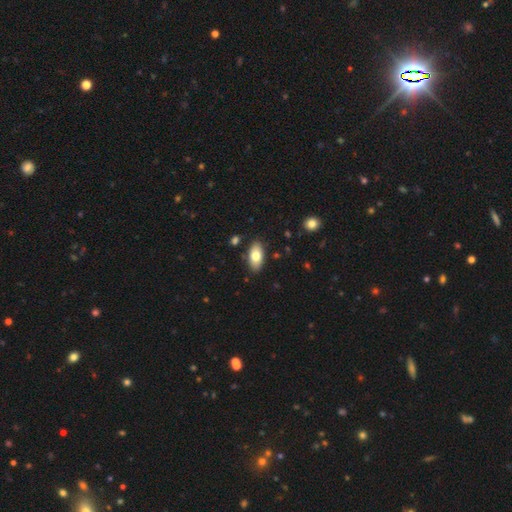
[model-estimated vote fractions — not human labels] smooth 79%, featured or disk 15%, star or artifact 7%. Down the decision tree: how rounded — in between (92%); merging — none (86%).